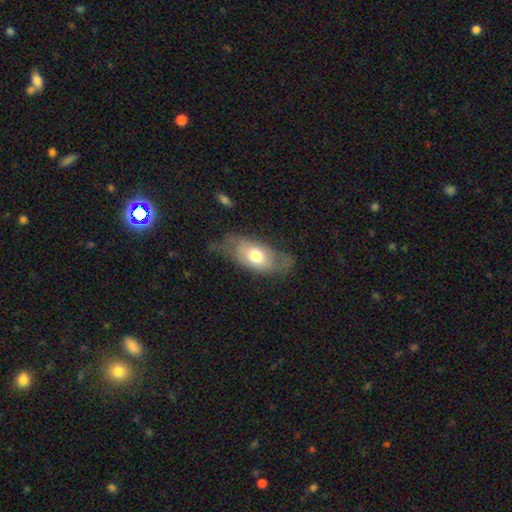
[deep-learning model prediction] This appears to be a smooth galaxy with no disk features (60%) that is in between round and cigar-shaped (87%). Merging: none (56%).